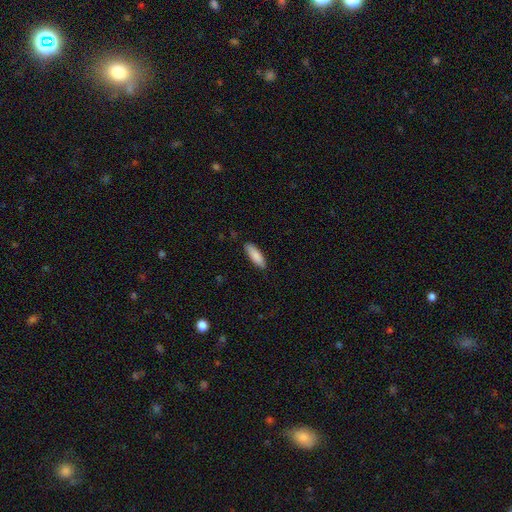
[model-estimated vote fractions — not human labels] Smooth or featured: smooth — 88% (featured or disk — 7%)
How rounded: in between — 53% (cigar-shaped — 46%)
Merging: none — 87% (minor disturbance — 10%)